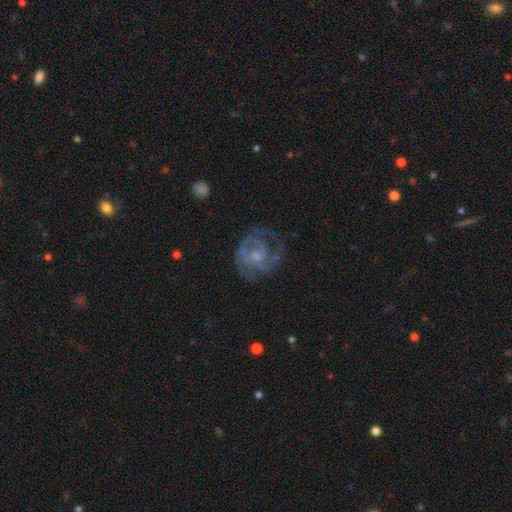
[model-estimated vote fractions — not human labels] Smooth or featured?
  - featured or disk: 78% *
  - smooth: 14%
  - star or artifact: 8%
Edge-on disk?
  - no: 98% *
  - yes: 2%
Bar?
  - no: 55% *
  - weak: 39%
  - strong: 6%
Spiral arms?
  - yes: 87% *
  - no: 13%
Spiral winding?
  - tight: 47% *
  - medium: 40%
  - loose: 13%
Spiral arm count?
  - 2: 37% *
  - can't tell: 28%
  - 3: 19%
  - 1: 8%
  - 4: 5%
  - more than 4: 4%
Bulge size?
  - small: 45% *
  - moderate: 30%
  - none: 21%
  - large: 3%
  - dominant: 1%
Merging?
  - none: 61% *
  - minor disturbance: 19%
  - major disturbance: 18%
  - merger: 2%